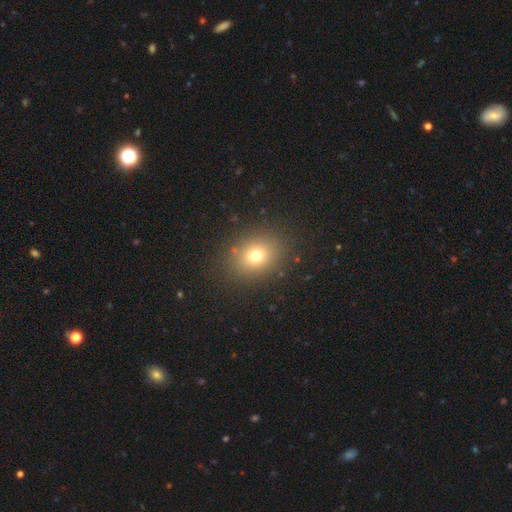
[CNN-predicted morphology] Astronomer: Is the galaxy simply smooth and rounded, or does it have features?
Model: smooth — 73%.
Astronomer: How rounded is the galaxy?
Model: round — 55% (runner-up: in between, 44%).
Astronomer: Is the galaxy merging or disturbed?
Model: none — 86%.